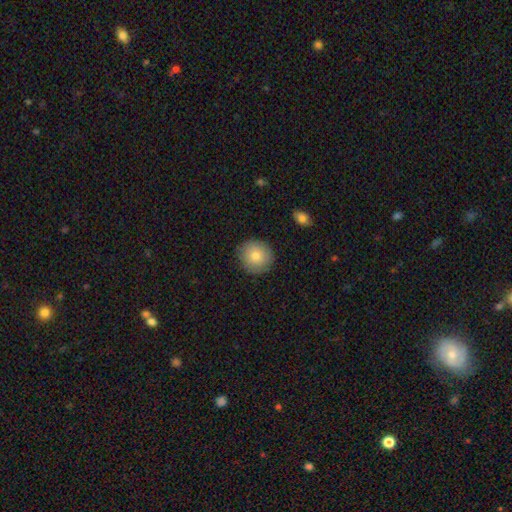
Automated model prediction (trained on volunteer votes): smooth-or-featured: smooth: 80% | featured or disk: 13% | star or artifact: 8%
  how-rounded: round: 91% | in between: 8% | cigar-shaped: 1%
  merging: none: 88% | minor disturbance: 9% | major disturbance: 2% | merger: 1%